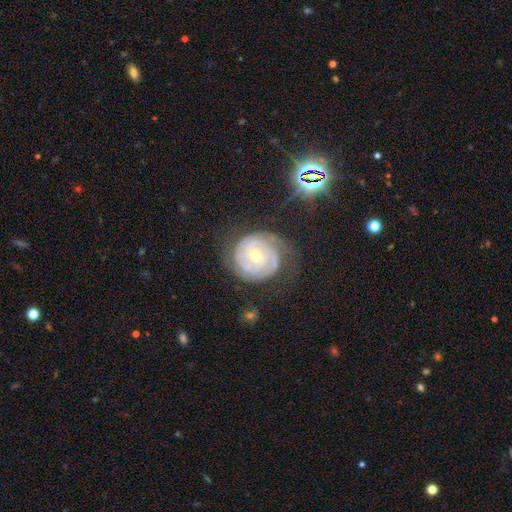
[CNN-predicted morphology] Smooth or featured? featured or disk (85%)
Edge-on disk? no (98%)
Bar? no (60%)
Spiral arms? yes (96%)
Spiral winding? tight (78%)
Spiral arm count? 2 (43%)
Bulge size? small (50%)
Merging? none (68%)